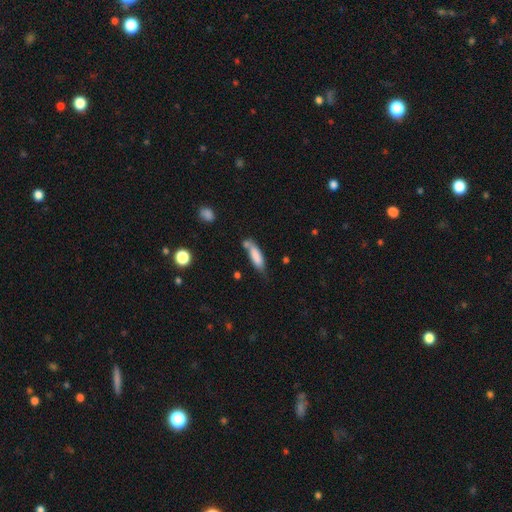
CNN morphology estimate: This appears to be a smooth galaxy with no disk features (80%) that is cigar-shaped (50%). Merging: none (45%).